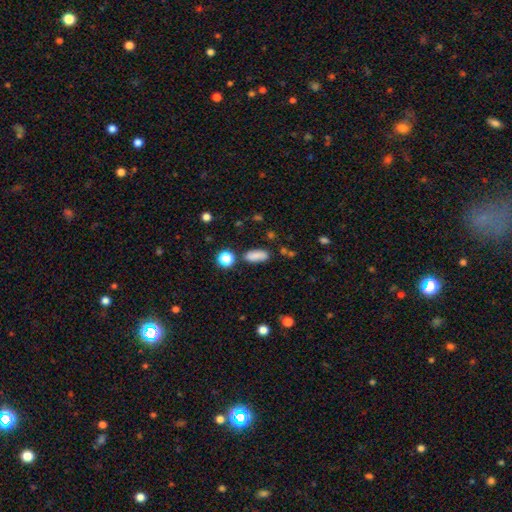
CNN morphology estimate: smooth 83%, star or artifact 11%, featured or disk 7%. Down the decision tree: how rounded — in between (74%); merging — none (76%).